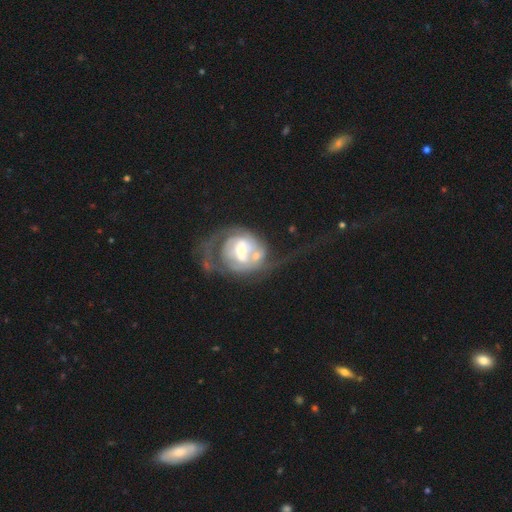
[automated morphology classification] Smooth or featured?
  - featured or disk: 80% *
  - smooth: 14%
  - star or artifact: 6%
Edge-on disk?
  - no: 97% *
  - yes: 3%
Bar?
  - no: 41% *
  - weak: 38%
  - strong: 20%
Spiral arms?
  - yes: 80% *
  - no: 20%
Spiral winding?
  - tight: 41% *
  - medium: 34%
  - loose: 24%
Spiral arm count?
  - 2: 53% *
  - can't tell: 26%
  - 1: 10%
  - 3: 6%
  - 4: 3%
  - more than 4: 3%
Bulge size?
  - moderate: 47% *
  - small: 35%
  - large: 13%
  - none: 3%
  - dominant: 2%
Merging?
  - major disturbance: 38% *
  - none: 27%
  - merger: 21%
  - minor disturbance: 14%